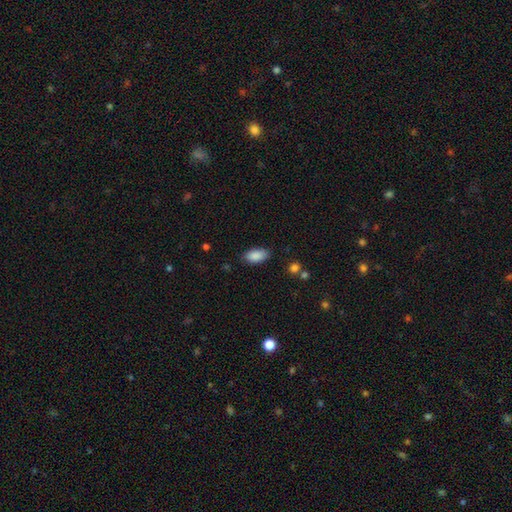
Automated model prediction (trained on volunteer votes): A smooth galaxy with no disk features (89%) that is in between round and cigar-shaped (92%).

Vote fractions:
- Smooth or featured? smooth: 89% / star or artifact: 7% / featured or disk: 4%
- How rounded? in between: 92% / cigar-shaped: 5% / round: 3%
- Merging? none: 83% / minor disturbance: 13% / major disturbance: 3% / merger: 1%